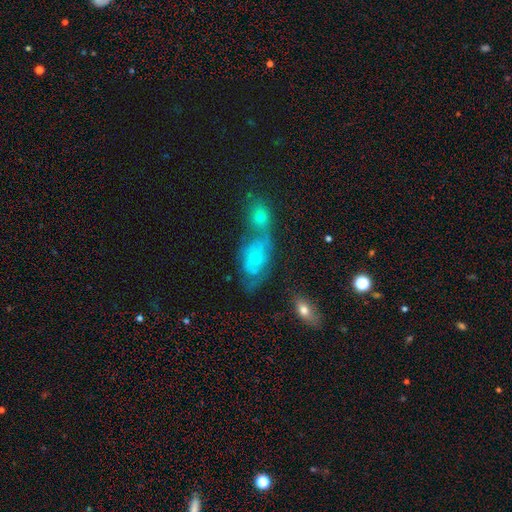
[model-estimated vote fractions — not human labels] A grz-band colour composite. It shows a featured or disk galaxy (51%). Merging: merger (41%).